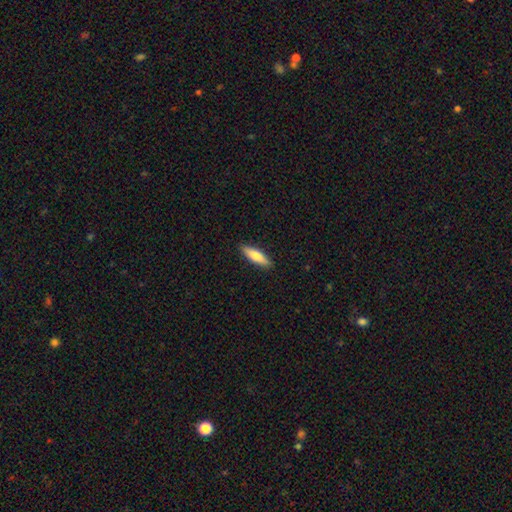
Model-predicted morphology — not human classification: Smooth or featured: smooth — 74% (featured or disk — 21%)
How rounded: cigar-shaped — 59% (in between — 40%)
Merging: none — 90% (minor disturbance — 8%)